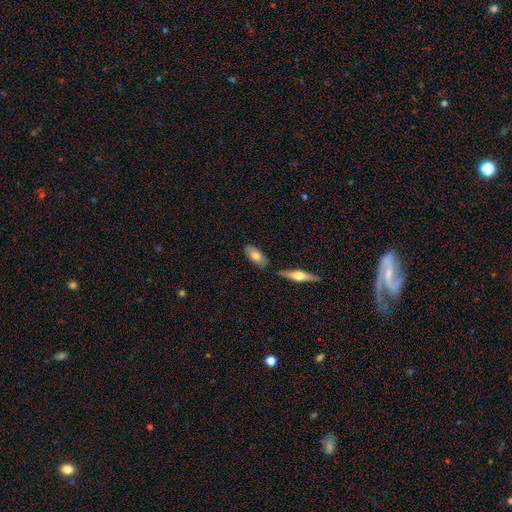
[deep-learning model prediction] Smooth or featured: smooth — 69% (featured or disk — 25%)
How rounded: in between — 82% (cigar-shaped — 16%)
Merging: none — 75% (minor disturbance — 14%)